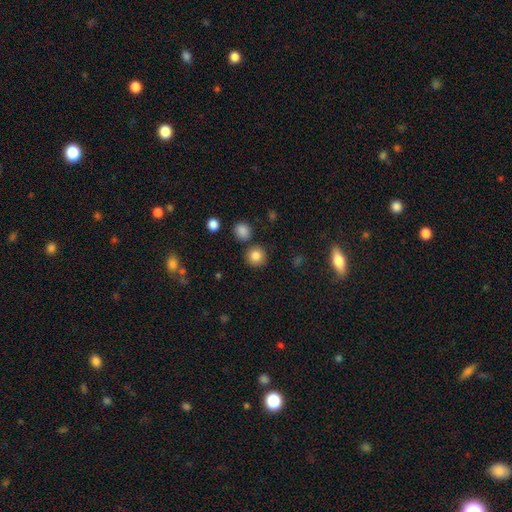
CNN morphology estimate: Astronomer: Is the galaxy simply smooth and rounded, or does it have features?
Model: smooth — 84%.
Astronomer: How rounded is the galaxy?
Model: round — 92%.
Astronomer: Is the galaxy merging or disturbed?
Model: none — 84%.